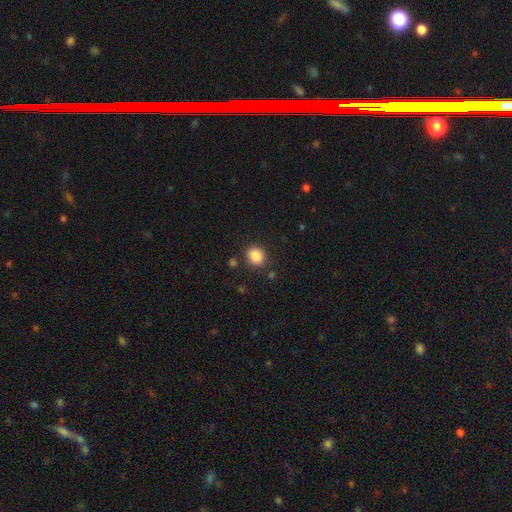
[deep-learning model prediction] Smooth or featured? Predicted: smooth (p=0.87). How rounded? Predicted: round (p=0.58). Merging? Predicted: none (p=0.82).